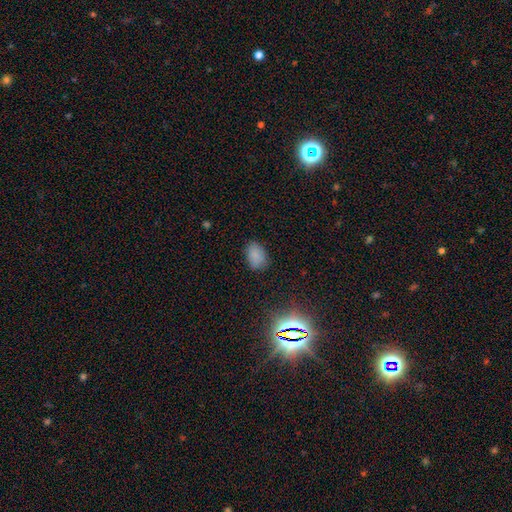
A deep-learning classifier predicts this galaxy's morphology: Overall: smooth (80%). How rounded: in between (84%). Merging: none (78%).